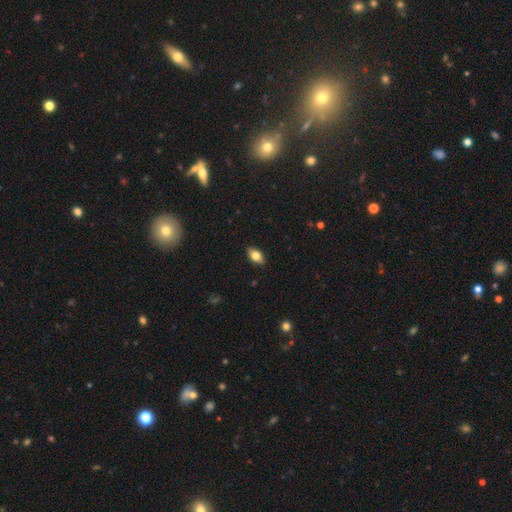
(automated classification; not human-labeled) Morphology: type=smooth (77%); roundness=in between (89%); merging=none (88%).